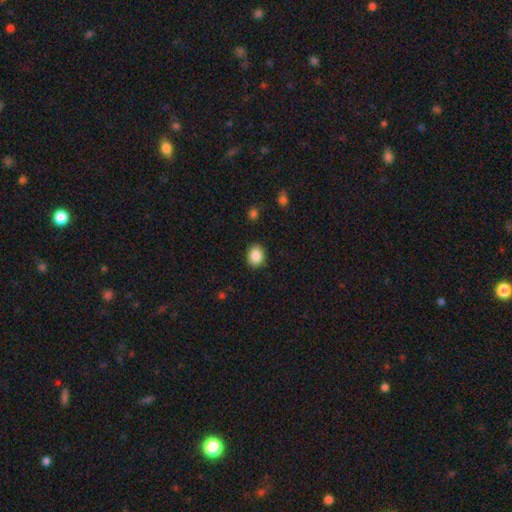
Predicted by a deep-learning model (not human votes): Smooth or featured? smooth (86%)
How rounded? in between (50%)
Merging? none (88%)